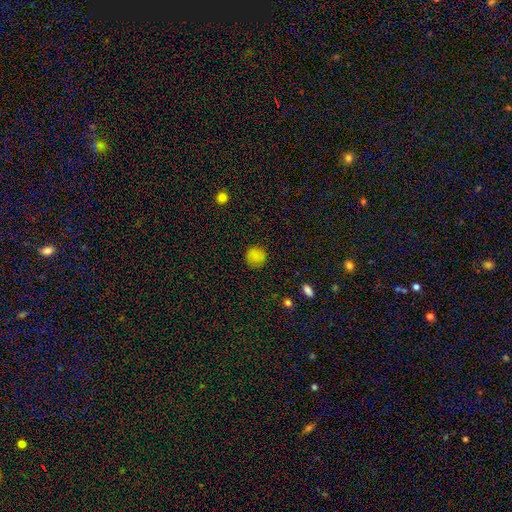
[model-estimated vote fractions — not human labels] Smooth or featured? Predicted: smooth (p=0.84). How rounded? Predicted: round (p=0.92). Merging? Predicted: none (p=0.89).